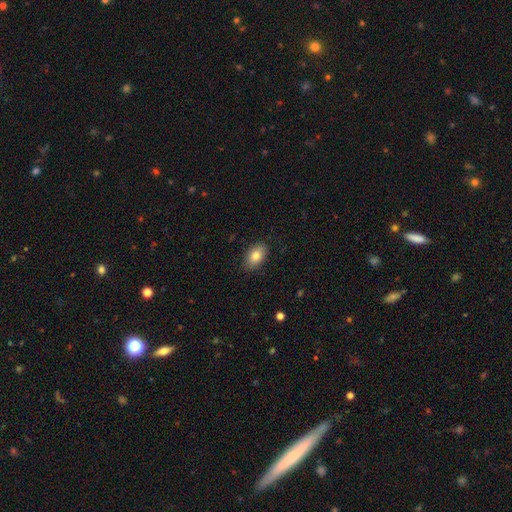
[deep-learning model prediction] Smooth or featured: smooth — 82% (featured or disk — 10%)
How rounded: in between — 90% (round — 9%)
Merging: none — 86% (minor disturbance — 10%)